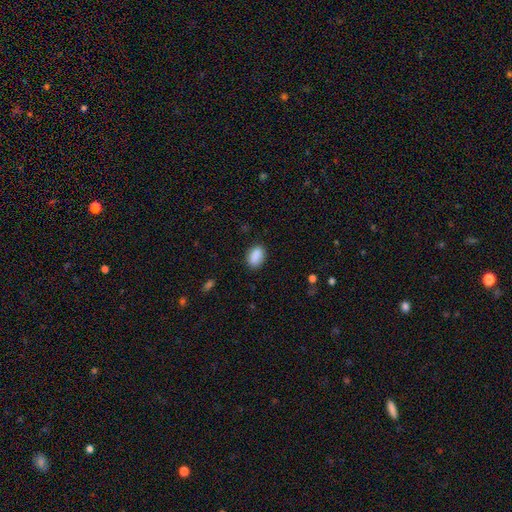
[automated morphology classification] This is clearly a smooth galaxy (89%). How rounded: clearly in between (88%). Merging: clearly none (86%).